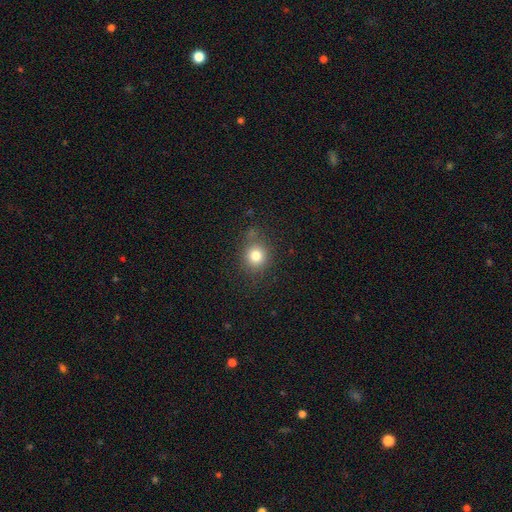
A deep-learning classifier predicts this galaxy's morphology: This is likely a smooth galaxy (79%). How rounded: clearly round (84%). Merging: likely none (78%).